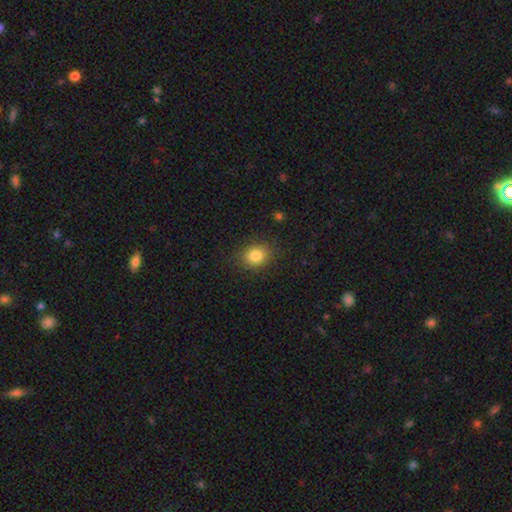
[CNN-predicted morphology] Smooth or featured: smooth — 84% (star or artifact — 10%)
How rounded: round — 59% (in between — 40%)
Merging: none — 84% (minor disturbance — 11%)